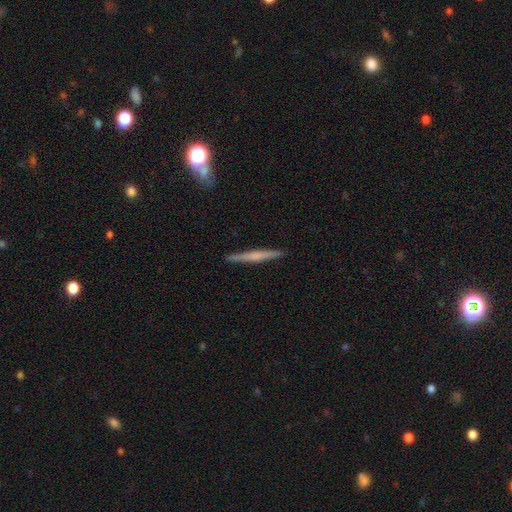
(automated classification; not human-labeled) Q: Smooth or featured?
A: featured or disk (54%); runner-up: smooth (40%)
Q: Edge-on disk?
A: yes (98%); runner-up: no (2%)
Q: Edge-on bulge?
A: none (46%); runner-up: rounded (40%)
Q: Merging?
A: none (92%); runner-up: minor disturbance (6%)